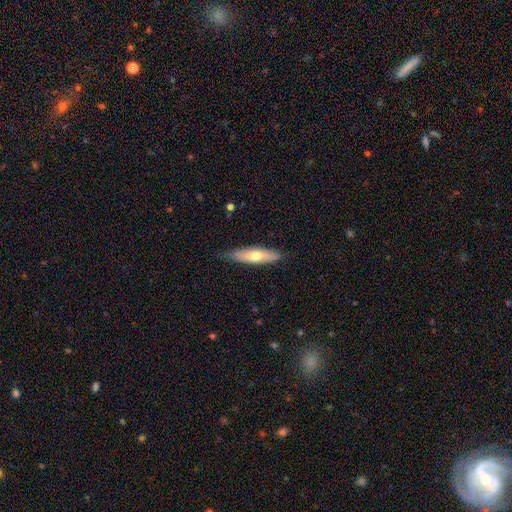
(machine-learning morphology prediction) This is possibly a smooth galaxy (59%). How rounded: likely cigar-shaped (63%). Merging: likely none (76%).